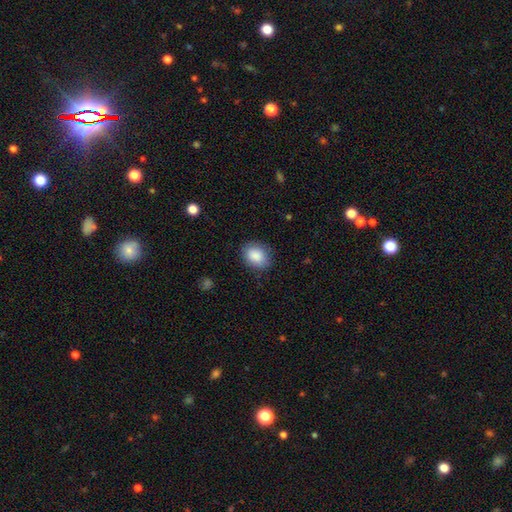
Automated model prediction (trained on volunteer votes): Q: Smooth or featured?
A: smooth (88%); runner-up: star or artifact (7%)
Q: How rounded?
A: in between (66%); runner-up: round (33%)
Q: Merging?
A: none (83%); runner-up: minor disturbance (13%)